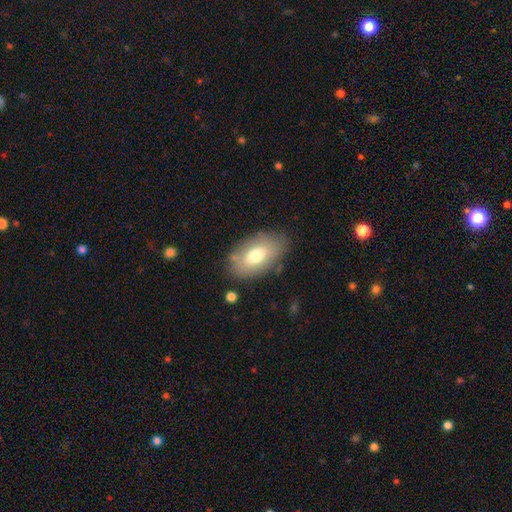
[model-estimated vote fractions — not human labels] smooth_or_featured: smooth (p=0.70) [alt: featured or disk p=0.22]
how_rounded: in between (p=0.92) [alt: round p=0.06]
merging: none (p=0.79) [alt: minor disturbance p=0.14]